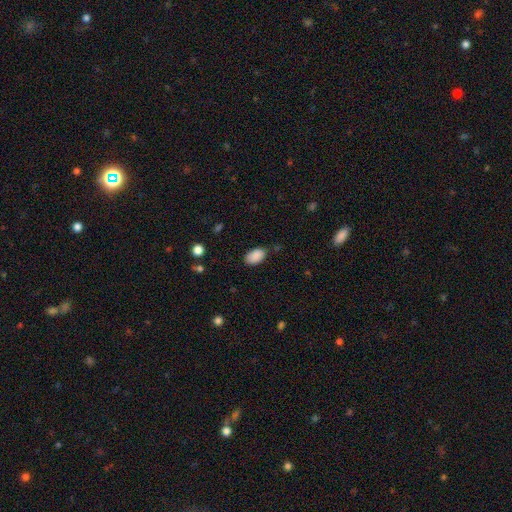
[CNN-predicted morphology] This appears to be a smooth galaxy with no disk features (89%) that is in between round and cigar-shaped (93%). Merging: none (78%).